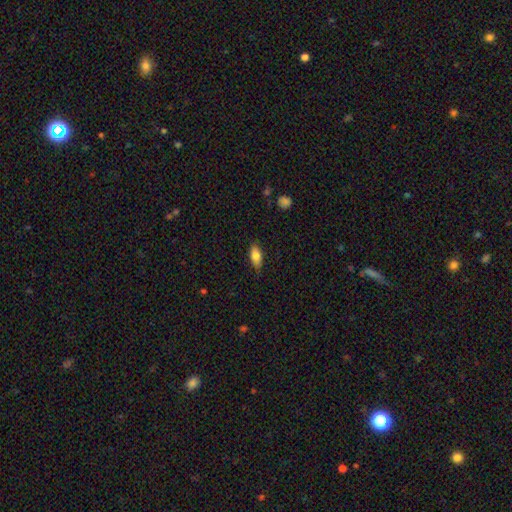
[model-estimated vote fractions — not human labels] Smooth or featured?
  - smooth: 80% *
  - featured or disk: 13%
  - star or artifact: 7%
How rounded?
  - in between: 86% *
  - cigar-shaped: 10%
  - round: 3%
Merging?
  - none: 79% *
  - minor disturbance: 17%
  - major disturbance: 3%
  - merger: 1%